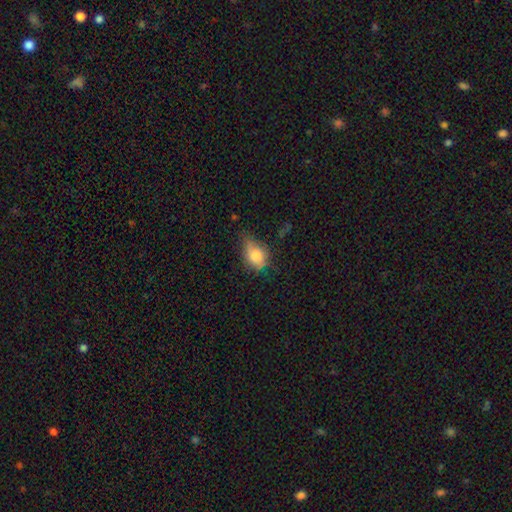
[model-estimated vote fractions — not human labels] Smooth or featured: smooth — 76% (featured or disk — 15%)
How rounded: in between — 73% (round — 25%)
Merging: minor disturbance — 42% (none — 40%)